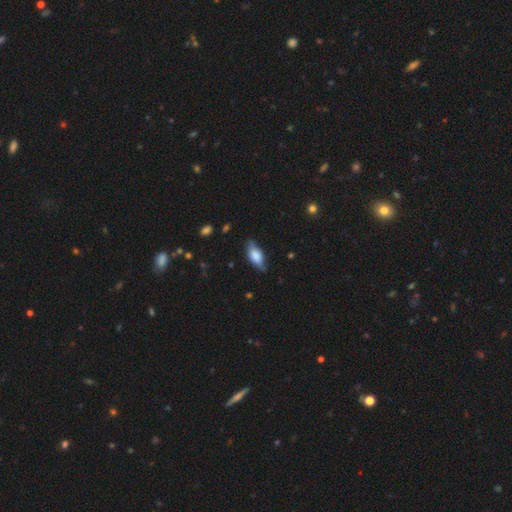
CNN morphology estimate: Overall: smooth (63%; featured or disk 30%). How rounded: in between (78%). Merging: none (76%).